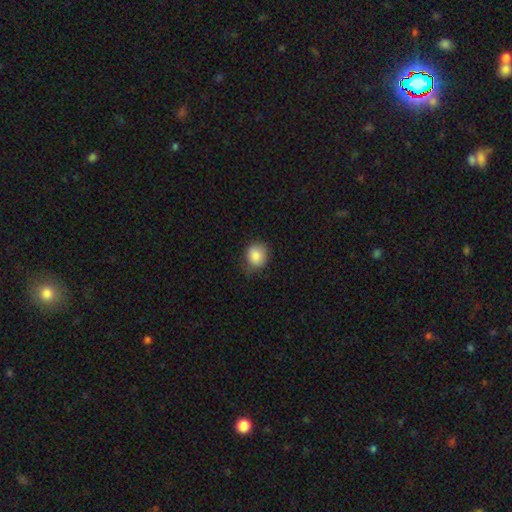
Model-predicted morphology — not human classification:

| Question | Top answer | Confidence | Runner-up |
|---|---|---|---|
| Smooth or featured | smooth | 86% | star or artifact (9%) |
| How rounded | round | 72% | in between (27%) |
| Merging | none | 72% | minor disturbance (22%) |